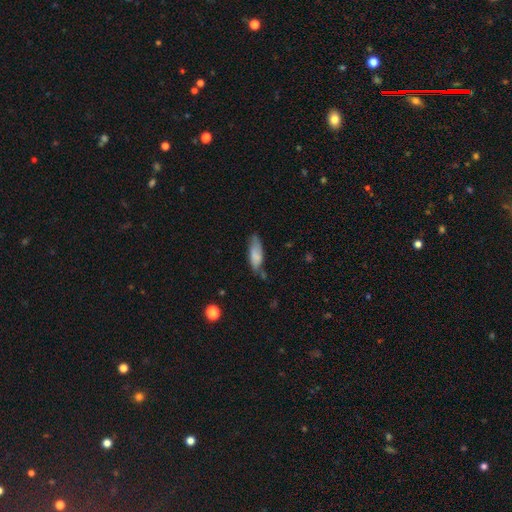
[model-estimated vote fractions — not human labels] Morphology: type=smooth (77%); roundness=in between (65%); merging=none (52%).